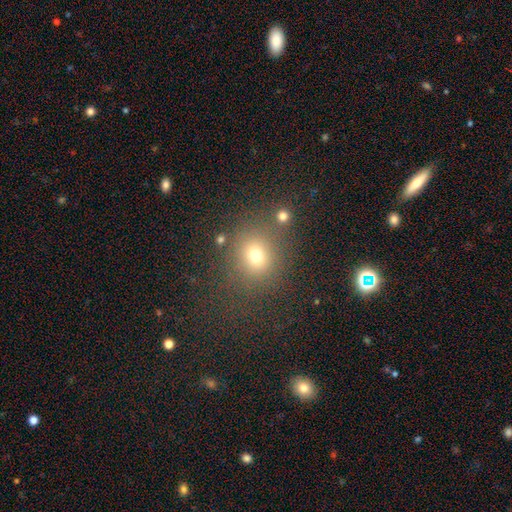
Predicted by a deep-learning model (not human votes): A smooth galaxy with no disk features (72%) that is round (77%). Merging: none (76%).